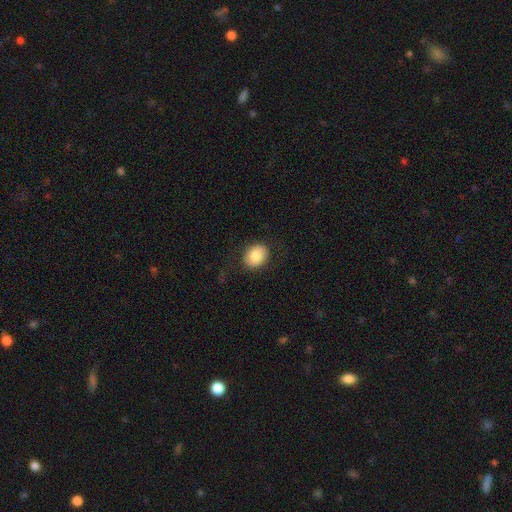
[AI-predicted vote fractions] A smooth galaxy with no disk features (82%) that is in between round and cigar-shaped (50%).

Vote fractions:
- Smooth or featured? smooth: 82% / featured or disk: 11% / star or artifact: 8%
- How rounded? in between: 50% / round: 49% / cigar-shaped: 1%
- Merging? none: 83% / minor disturbance: 11% / major disturbance: 5% / merger: 1%